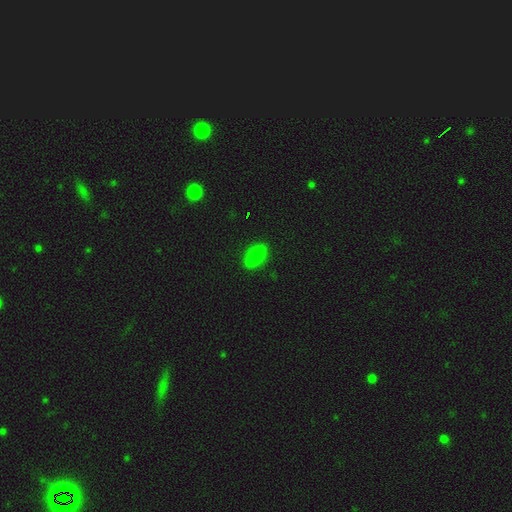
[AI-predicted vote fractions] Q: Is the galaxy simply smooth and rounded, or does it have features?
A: smooth — 84%.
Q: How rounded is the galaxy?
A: in between — 70%.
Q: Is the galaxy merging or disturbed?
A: none — 87%.